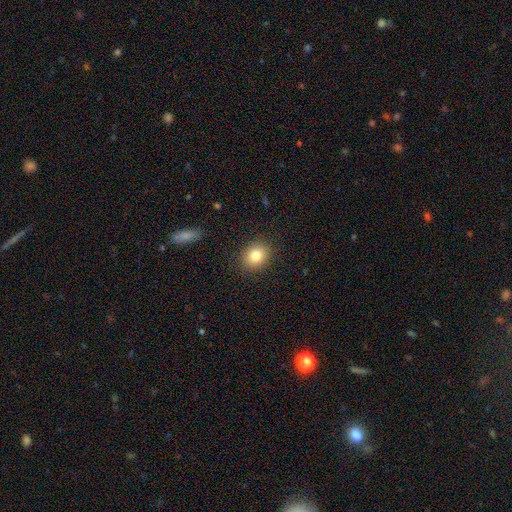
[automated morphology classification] Smooth or featured? smooth (82%)
How rounded? round (62%)
Merging? none (89%)